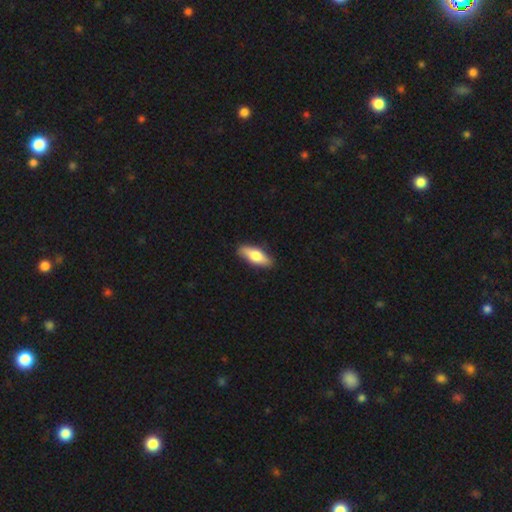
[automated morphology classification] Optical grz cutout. It shows a smooth galaxy with no disk features (69%) that is in between round and cigar-shaped (61%). Merging: none (87%).